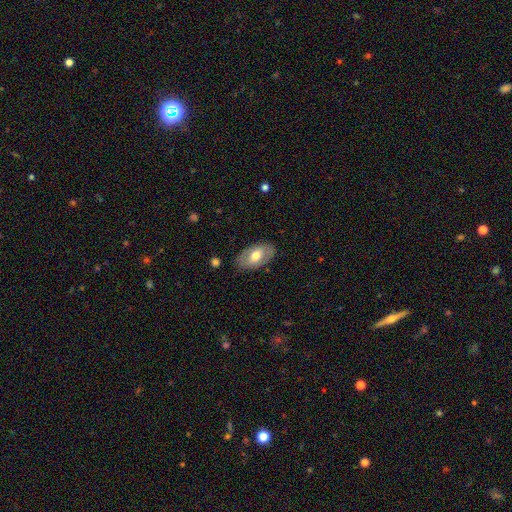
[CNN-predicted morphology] smooth 56%, featured or disk 38%, star or artifact 6%. Down the decision tree: how rounded — in between (93%); merging — none (83%).